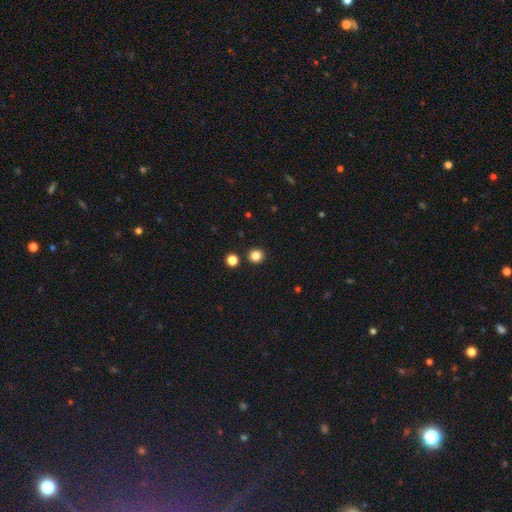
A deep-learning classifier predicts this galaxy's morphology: Smooth or featured?
  - smooth: 84% *
  - star or artifact: 12%
  - featured or disk: 3%
How rounded?
  - round: 93% *
  - in between: 6%
  - cigar-shaped: 1%
Merging?
  - none: 91% *
  - minor disturbance: 5%
  - merger: 3%
  - major disturbance: 2%